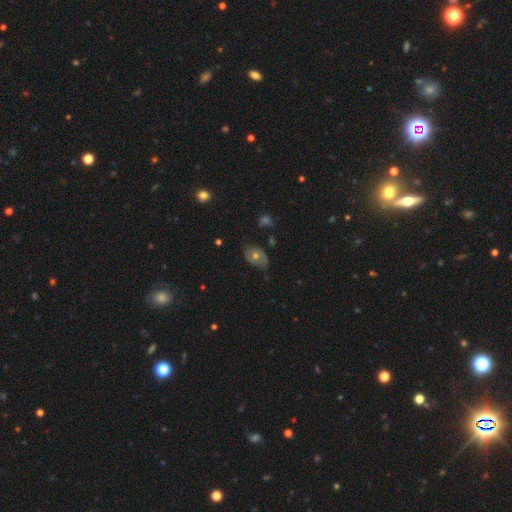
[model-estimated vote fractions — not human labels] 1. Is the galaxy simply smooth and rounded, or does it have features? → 46% smooth, 42% featured or disk, 12% star or artifact.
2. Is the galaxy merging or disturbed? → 68% none, 24% minor disturbance, 6% major disturbance, 2% merger.